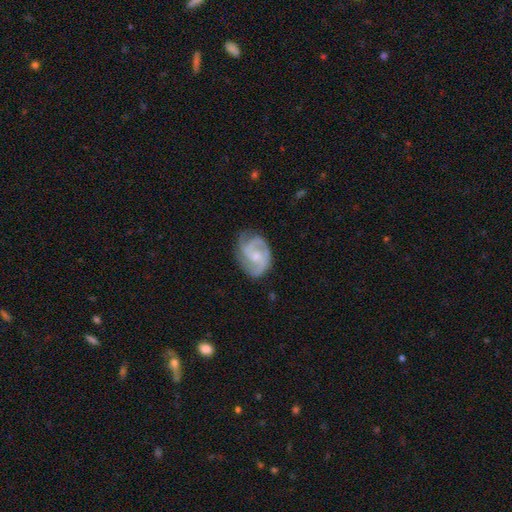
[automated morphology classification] smooth-or-featured: featured or disk: 85% | smooth: 10% | star or artifact: 5%
  disk-edge-on: no: 98% | yes: 2%
    bar: no: 57% | weak: 36% | strong: 6%
    has-spiral-arms: yes: 96% | no: 4%
      spiral-winding: medium: 52% | tight: 32% | loose: 16%
      spiral-arm-count: 2: 47% | 3: 33% | can't tell: 10% | 4: 4% | 1: 4% | more than 4: 3%
    bulge-size: small: 53% | moderate: 40% | none: 5% | large: 2% | dominant: 1%
  merging: none: 68% | minor disturbance: 22% | major disturbance: 8% | merger: 1%